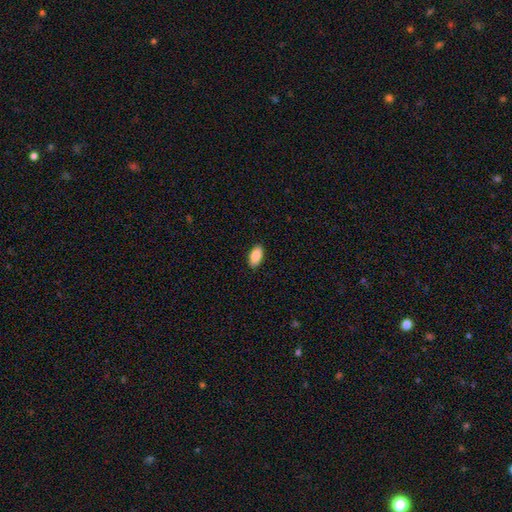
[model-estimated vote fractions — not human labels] Smooth or featured? smooth (88%)
How rounded? in between (93%)
Merging? none (90%)